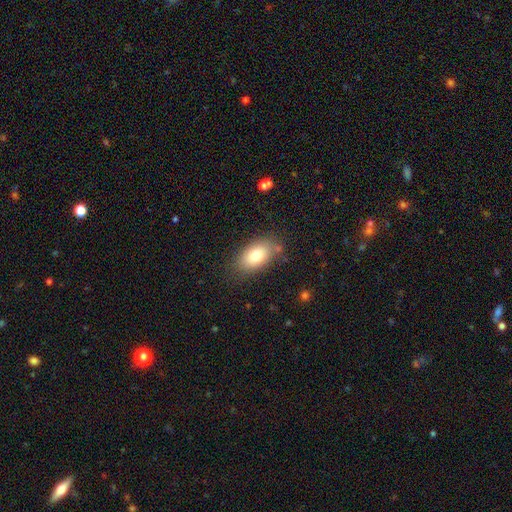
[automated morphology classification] This appears to be a smooth galaxy with no disk features (78%) that is in between round and cigar-shaped (91%). Merging: none (77%).